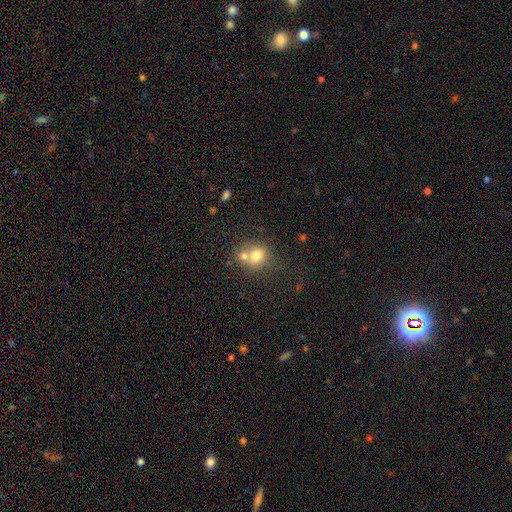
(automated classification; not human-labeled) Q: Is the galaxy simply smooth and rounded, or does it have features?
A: smooth — 72%.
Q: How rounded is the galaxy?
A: round — 61%.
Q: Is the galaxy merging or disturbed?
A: merger — 47%.